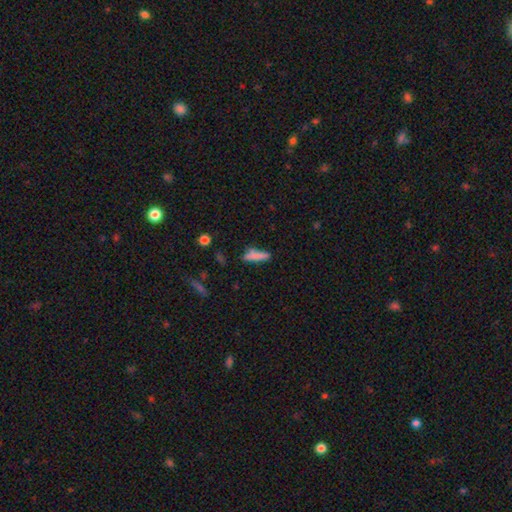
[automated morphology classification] Overall: smooth (76%). How rounded: cigar-shaped (68%; in between 30%). Merging: none (61%; minor disturbance 22%).